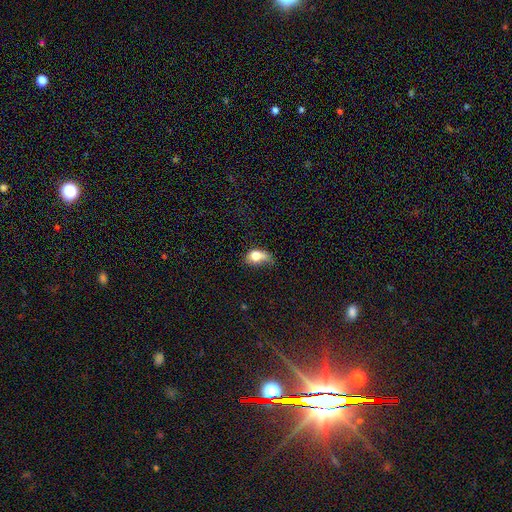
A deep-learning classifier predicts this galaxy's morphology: The model was most divided on "merging": minor disturbance: 37%, major disturbance: 33%, none: 24%, merger: 7%. More confident: smooth or featured — smooth (75%); how rounded — in between (70%).